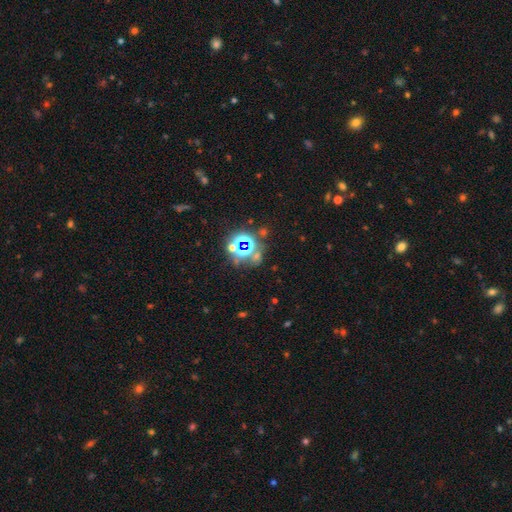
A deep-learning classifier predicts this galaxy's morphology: smooth-or-featured: star or artifact: 76% | smooth: 15% | featured or disk: 10%